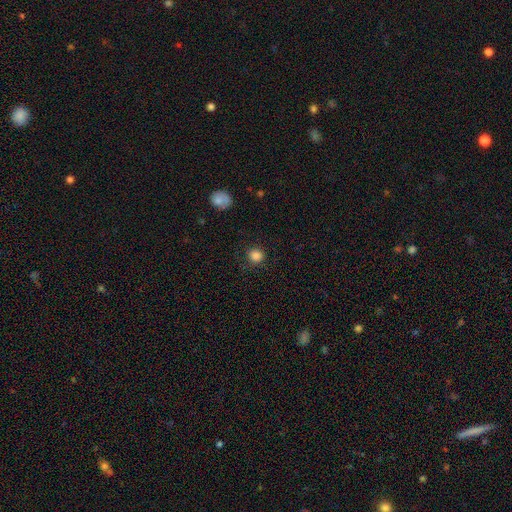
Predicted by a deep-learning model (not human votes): Smooth or featured: smooth — 85% (star or artifact — 11%)
How rounded: round — 89% (in between — 10%)
Merging: none — 89% (minor disturbance — 7%)